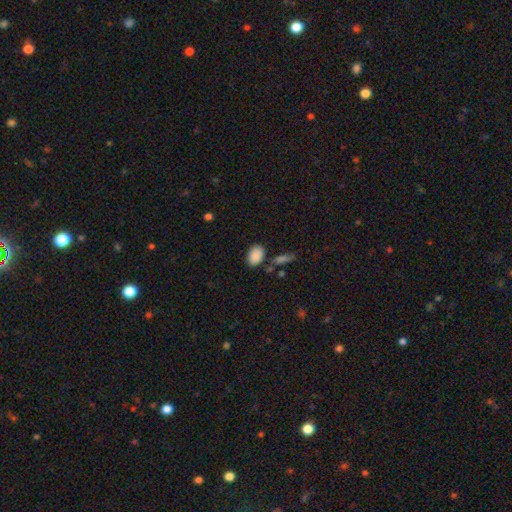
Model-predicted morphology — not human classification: Smooth or featured? Predicted: smooth (p=0.88). How rounded? Predicted: in between (p=0.86). Merging? Predicted: none (p=0.77).